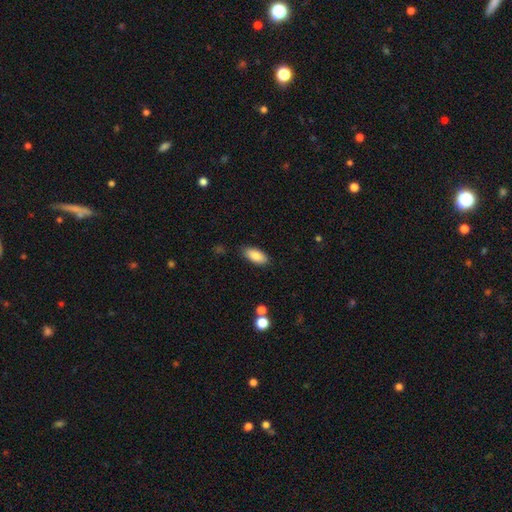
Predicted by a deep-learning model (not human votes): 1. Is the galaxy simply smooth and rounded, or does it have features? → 86% smooth, 7% star or artifact, 7% featured or disk.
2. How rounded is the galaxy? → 88% in between, 9% cigar-shaped, 2% round.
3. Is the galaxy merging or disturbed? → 84% none, 12% minor disturbance, 3% major disturbance, 2% merger.